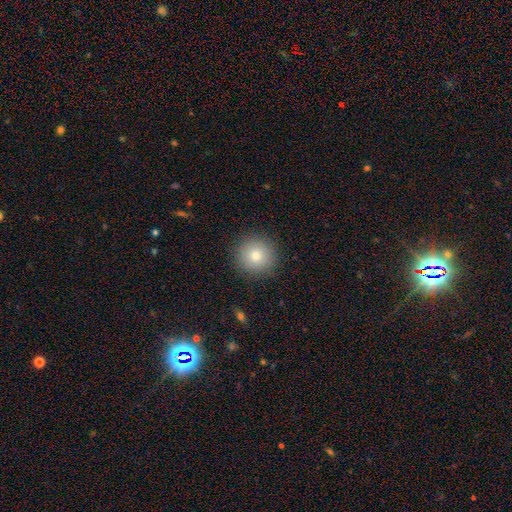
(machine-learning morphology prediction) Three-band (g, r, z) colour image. It shows a smooth galaxy with no disk features (78%) that is round (95%). Merging: none (91%).